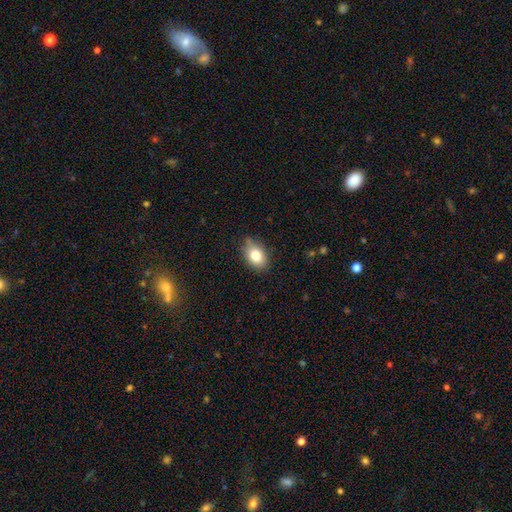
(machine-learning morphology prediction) This appears to be a smooth galaxy with no disk features (79%) that is in between round and cigar-shaped (82%). Merging: none (77%).